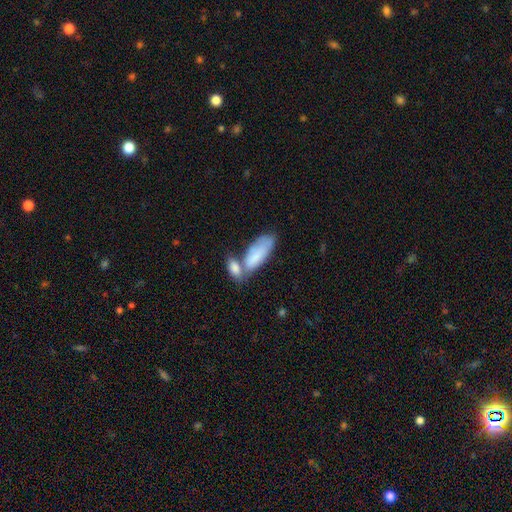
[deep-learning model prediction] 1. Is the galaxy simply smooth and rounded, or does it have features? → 75% smooth, 19% featured or disk, 6% star or artifact.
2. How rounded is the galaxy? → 78% in between, 20% cigar-shaped, 2% round.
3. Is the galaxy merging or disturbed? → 55% merger, 25% none, 13% minor disturbance, 6% major disturbance.